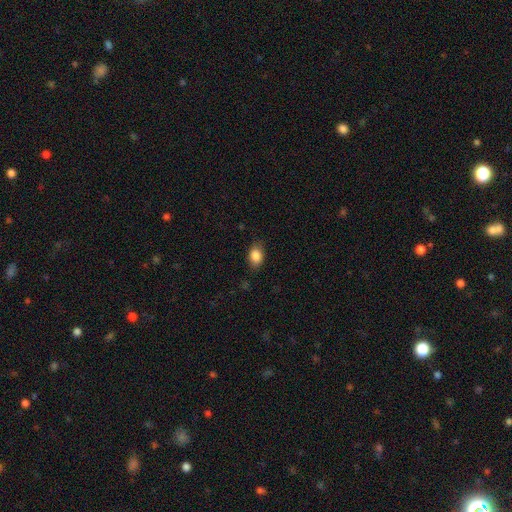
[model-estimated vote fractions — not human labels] Smooth or featured?
  - smooth: 85% *
  - star or artifact: 8%
  - featured or disk: 6%
How rounded?
  - in between: 78% *
  - round: 20%
  - cigar-shaped: 2%
Merging?
  - none: 80% *
  - minor disturbance: 16%
  - major disturbance: 4%
  - merger: 1%